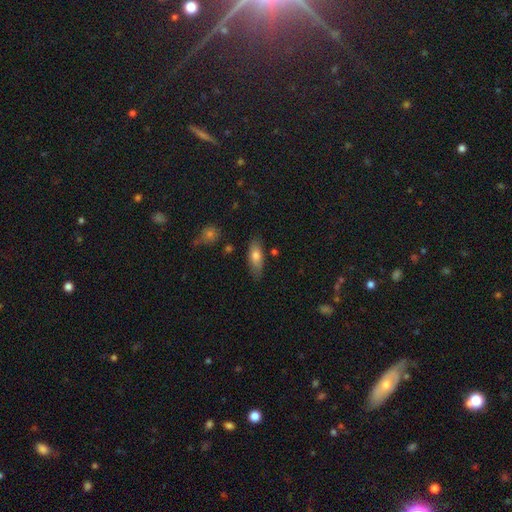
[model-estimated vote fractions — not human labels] Q: Smooth or featured?
A: smooth (74%); runner-up: featured or disk (20%)
Q: How rounded?
A: in between (74%); runner-up: cigar-shaped (23%)
Q: Merging?
A: none (79%); runner-up: minor disturbance (15%)